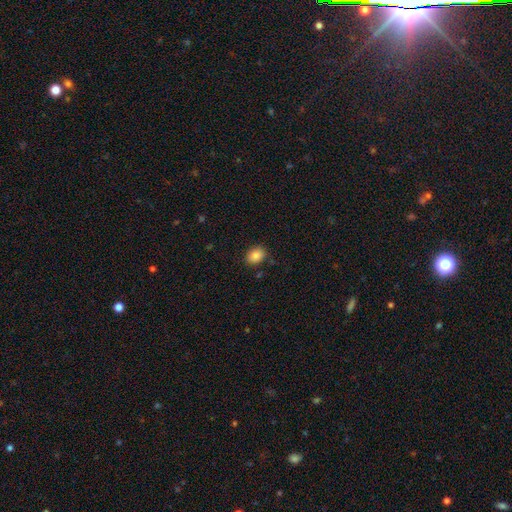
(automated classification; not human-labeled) smooth_or_featured: smooth (p=0.86) [alt: star or artifact p=0.09]
how_rounded: in between (p=0.66) [alt: round p=0.33]
merging: none (p=0.84) [alt: minor disturbance p=0.11]